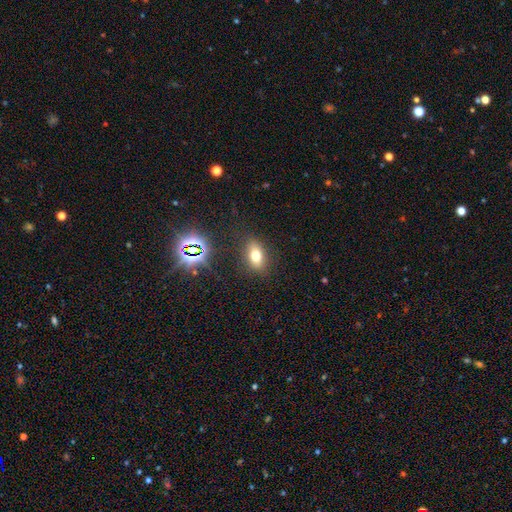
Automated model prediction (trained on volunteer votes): smooth_or_featured: smooth (p=0.66) [alt: star or artifact p=0.18]
how_rounded: in between (p=0.80) [alt: round p=0.13]
merging: none (p=0.84) [alt: minor disturbance p=0.11]